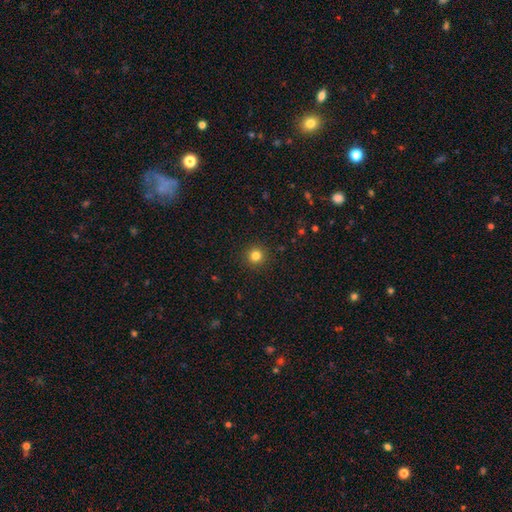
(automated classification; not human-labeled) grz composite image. It shows a smooth galaxy with no disk features (81%) that is round (95%). Merging: none (92%).